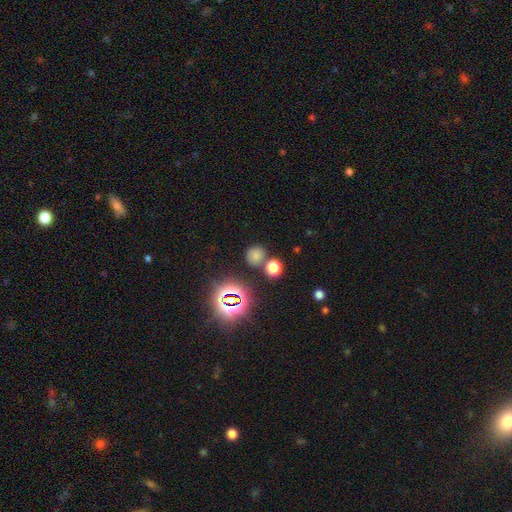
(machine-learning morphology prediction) Smooth or featured? Predicted: smooth (p=0.67). How rounded? Predicted: round (p=0.84). Merging? Predicted: none (p=0.74).